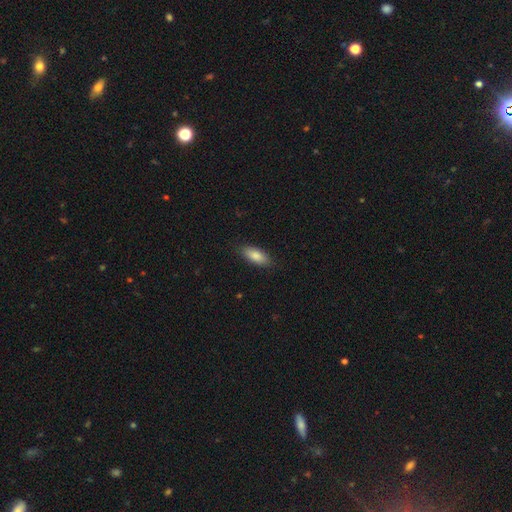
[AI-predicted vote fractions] Smooth or featured: smooth — 85% (featured or disk — 9%)
How rounded: in between — 78% (cigar-shaped — 20%)
Merging: none — 86% (minor disturbance — 11%)